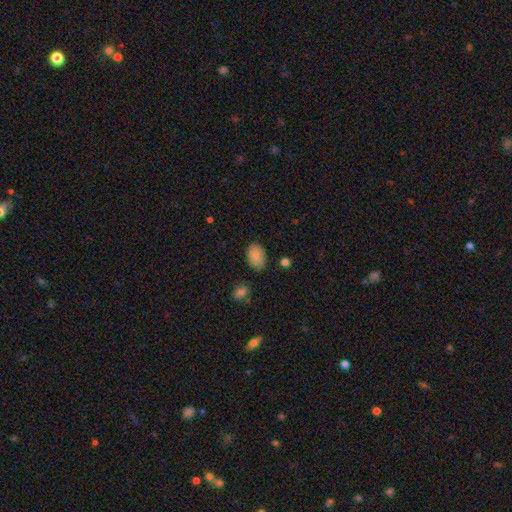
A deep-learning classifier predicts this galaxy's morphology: smooth_or_featured: smooth (p=0.86) [alt: star or artifact p=0.08]
how_rounded: in between (p=0.88) [alt: round p=0.11]
merging: none (p=0.83) [alt: minor disturbance p=0.13]